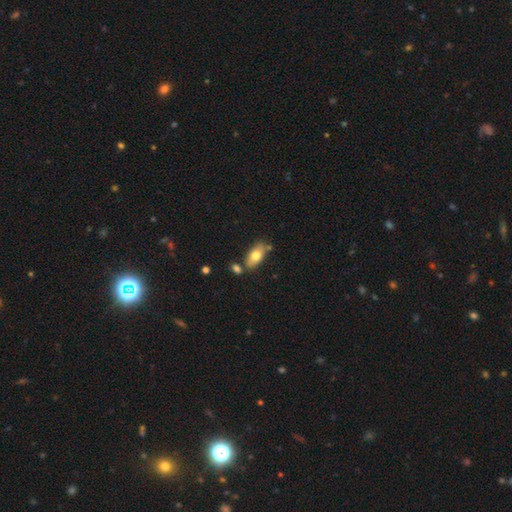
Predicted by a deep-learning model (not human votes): smooth-or-featured: smooth: 73% | featured or disk: 20% | star or artifact: 7%
  how-rounded: in between: 89% | cigar-shaped: 7% | round: 4%
  merging: none: 69% | minor disturbance: 14% | merger: 14% | major disturbance: 3%